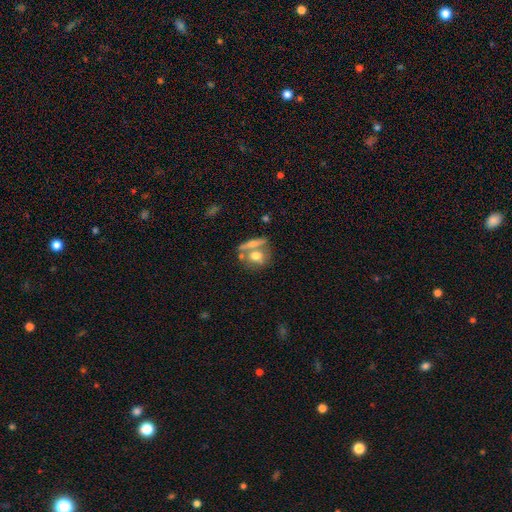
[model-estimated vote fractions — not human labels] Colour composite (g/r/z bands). It shows a smooth galaxy with no disk features (60%) that is round (47%). Merging: none (42%).